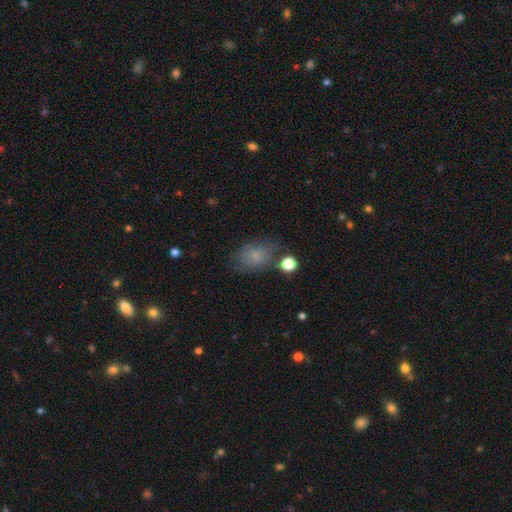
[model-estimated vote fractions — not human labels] smooth-or-featured: smooth: 69% | featured or disk: 19% | star or artifact: 12%
  how-rounded: in between: 71% | round: 28% | cigar-shaped: 2%
  merging: none: 55% | minor disturbance: 24% | major disturbance: 13% | merger: 7%